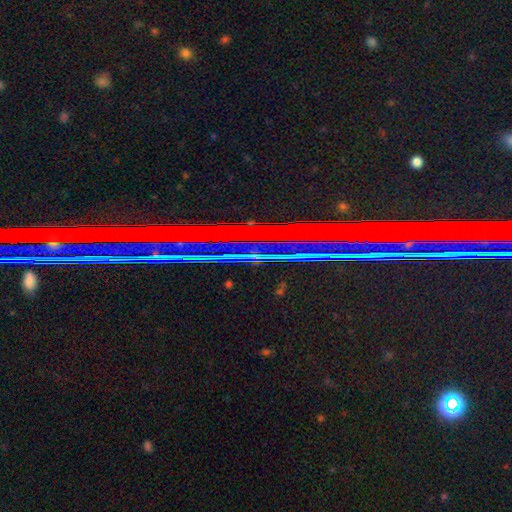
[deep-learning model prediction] The model was most divided on "smooth or featured": star or artifact: 81%, featured or disk: 11%, smooth: 8%.